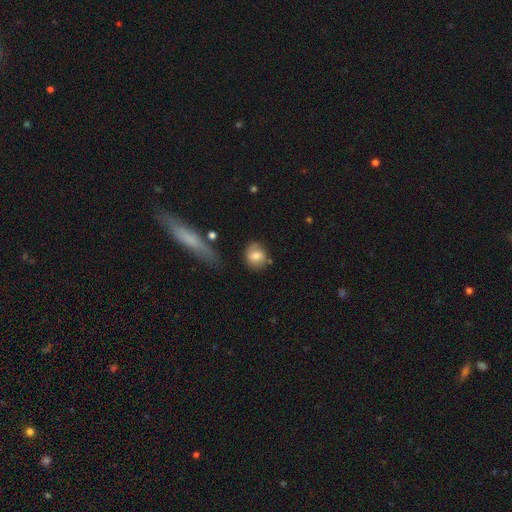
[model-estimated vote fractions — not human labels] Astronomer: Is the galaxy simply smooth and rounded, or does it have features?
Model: smooth — 74%.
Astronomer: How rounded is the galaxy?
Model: round — 74%.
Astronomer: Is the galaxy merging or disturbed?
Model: none — 71%.